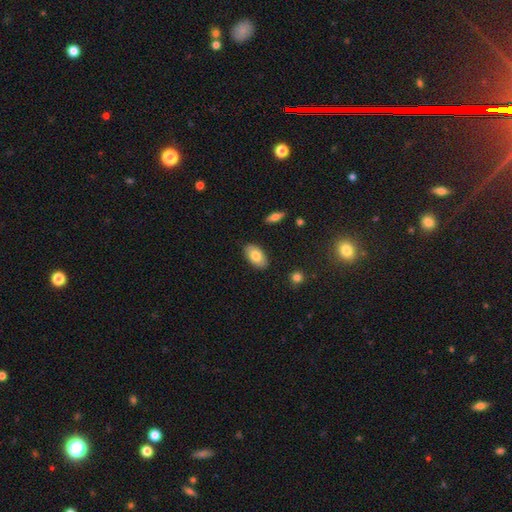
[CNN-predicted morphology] Smooth or featured? smooth (77%)
How rounded? in between (94%)
Merging? none (86%)